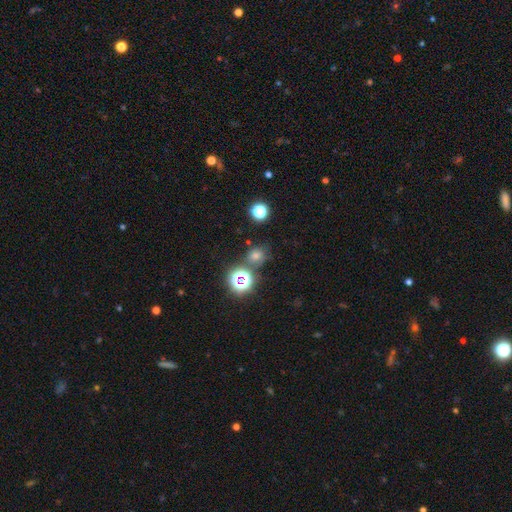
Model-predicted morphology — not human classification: This is possibly a smooth galaxy (54%). How rounded: clearly round (82%). Merging: likely none (75%).